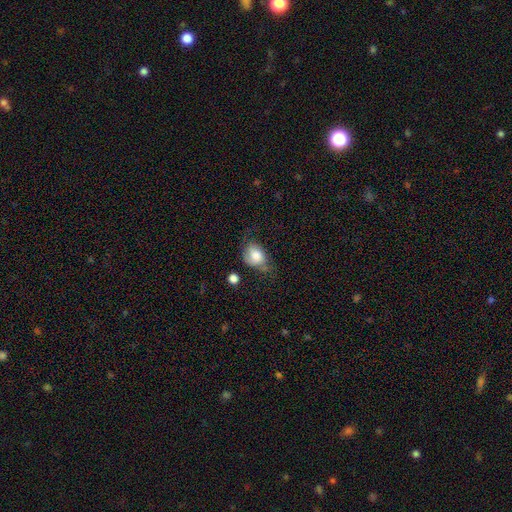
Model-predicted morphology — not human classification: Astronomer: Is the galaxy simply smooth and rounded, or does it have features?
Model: smooth — 76%.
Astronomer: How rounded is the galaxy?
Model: in between — 54% (runner-up: round, 45%).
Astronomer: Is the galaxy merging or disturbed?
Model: none — 39% (runner-up: minor disturbance, 35%).